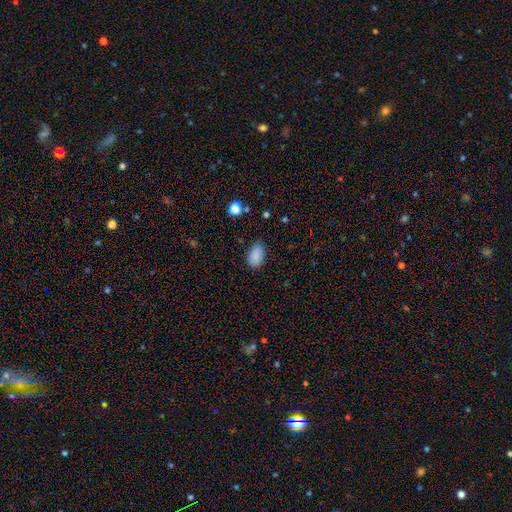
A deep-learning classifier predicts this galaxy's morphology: The model was most divided on "merging": none: 77%, minor disturbance: 19%, major disturbance: 3%, merger: 1%. More confident: how rounded — in between (89%); smooth or featured — smooth (87%).